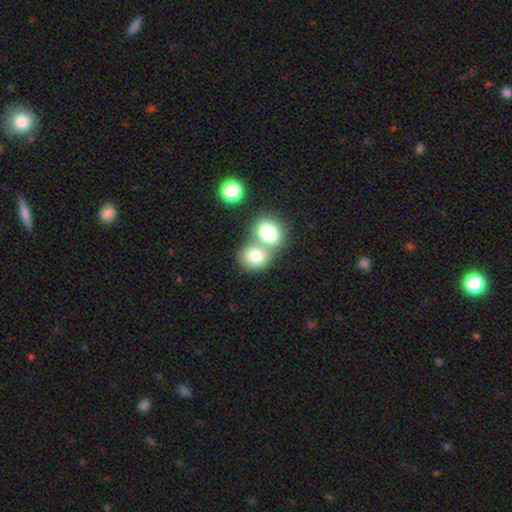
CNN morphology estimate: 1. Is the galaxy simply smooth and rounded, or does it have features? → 75% smooth, 15% featured or disk, 10% star or artifact.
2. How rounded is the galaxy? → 67% round, 32% in between, 1% cigar-shaped.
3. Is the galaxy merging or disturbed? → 58% merger, 32% none, 7% minor disturbance, 3% major disturbance.